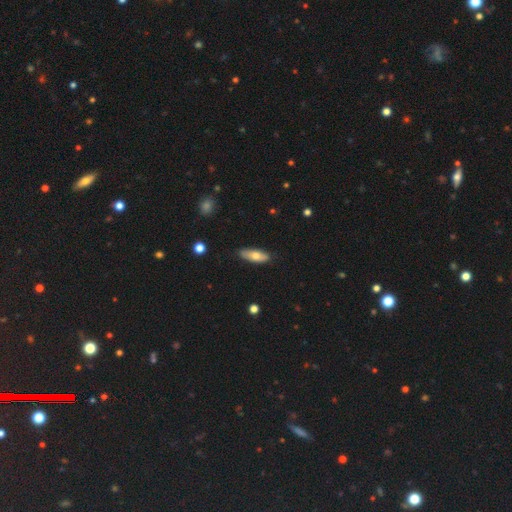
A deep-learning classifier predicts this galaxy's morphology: Overall: smooth (68%). How rounded: in between (64%; cigar-shaped 34%). Merging: none (83%).